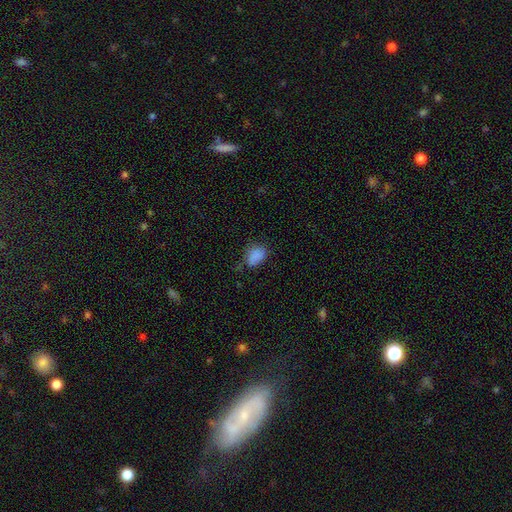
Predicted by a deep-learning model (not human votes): smooth 84%, star or artifact 10%, featured or disk 5%. Down the decision tree: how rounded — in between (79%); merging — none (56%).